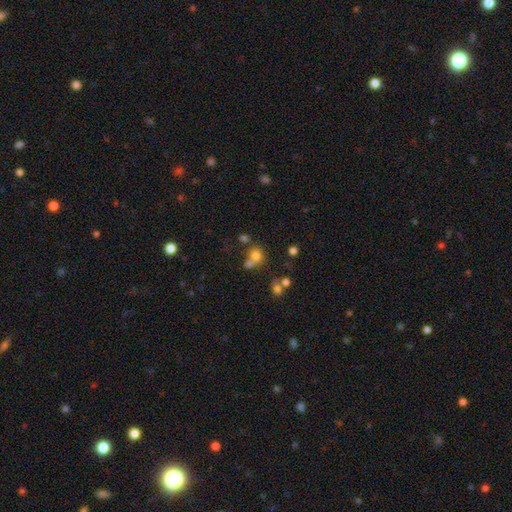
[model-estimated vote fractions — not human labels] The model was most divided on "merging": none: 44%, merger: 40%, minor disturbance: 10%, major disturbance: 6%. More confident: how rounded — round (78%); smooth or featured — smooth (72%).